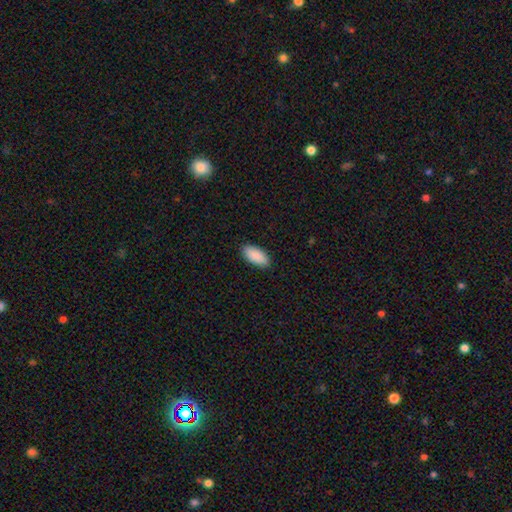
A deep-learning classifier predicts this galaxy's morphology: smooth_or_featured: smooth (p=0.90) [alt: star or artifact p=0.06]
how_rounded: in between (p=0.90) [alt: cigar-shaped p=0.08]
merging: none (p=0.88) [alt: minor disturbance p=0.09]